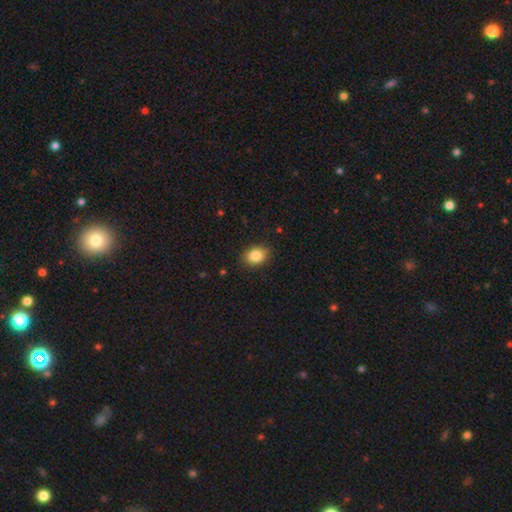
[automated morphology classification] Q: Smooth or featured?
A: smooth (86%); runner-up: star or artifact (9%)
Q: How rounded?
A: in between (59%); runner-up: round (40%)
Q: Merging?
A: none (85%); runner-up: minor disturbance (11%)